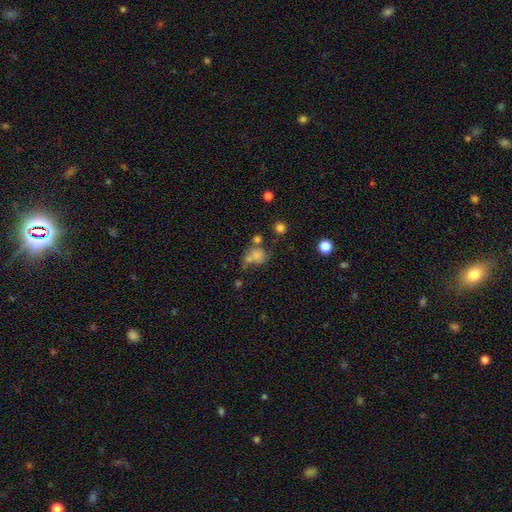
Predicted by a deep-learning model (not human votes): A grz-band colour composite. It shows a smooth galaxy with no disk features (68%) that is round (60%). Merging: none (34%).